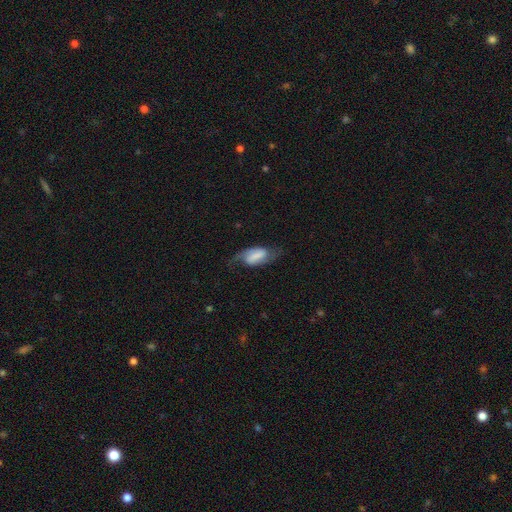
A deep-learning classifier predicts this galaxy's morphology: A featured or disk galaxy (68%) with a strong bar (46%), 2 (88%) loose (49%) spiral arms (92%) and no central bulge (41%). Merging: none (65%).